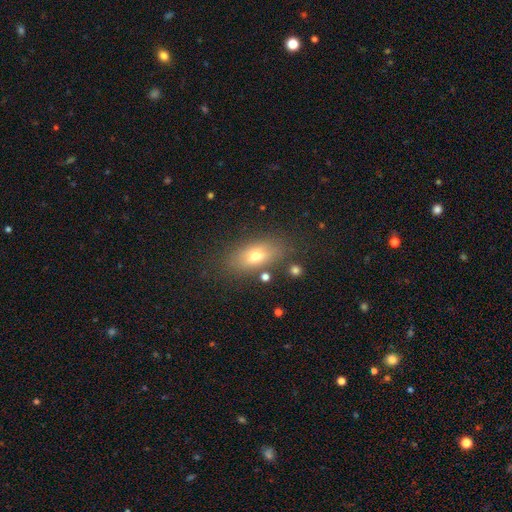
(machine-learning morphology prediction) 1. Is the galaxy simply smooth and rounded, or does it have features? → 68% smooth, 21% featured or disk, 11% star or artifact.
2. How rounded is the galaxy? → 81% in between, 10% cigar-shaped, 9% round.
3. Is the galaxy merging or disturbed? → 78% none, 13% minor disturbance, 5% major disturbance, 4% merger.